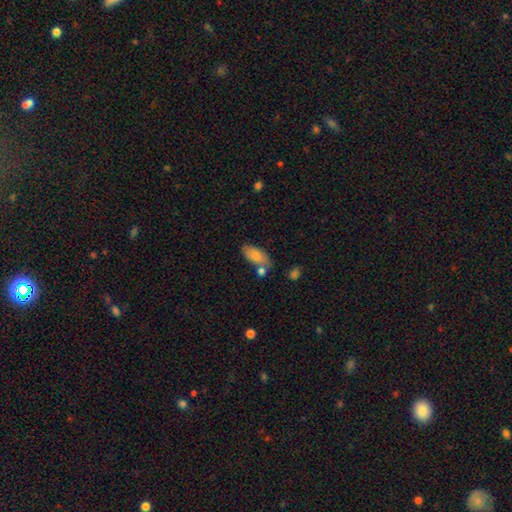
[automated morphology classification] Smooth or featured: smooth — 79% (featured or disk — 14%)
How rounded: in between — 90% (cigar-shaped — 7%)
Merging: none — 62% (minor disturbance — 17%)